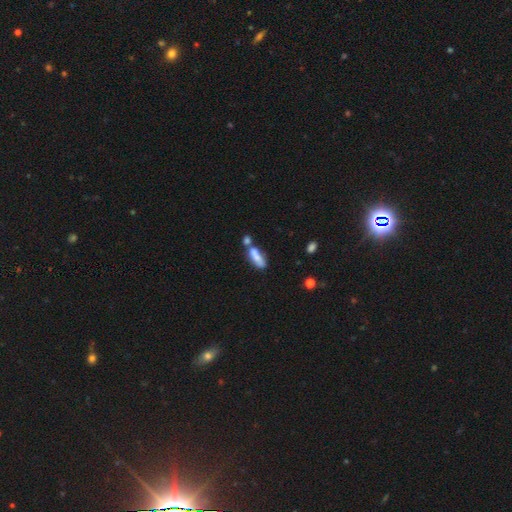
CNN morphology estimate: smooth-or-featured: smooth: 71% | featured or disk: 20% | star or artifact: 9%
  how-rounded: cigar-shaped: 49% | in between: 48% | round: 3%
  merging: merger: 41% | none: 34% | minor disturbance: 16% | major disturbance: 9%